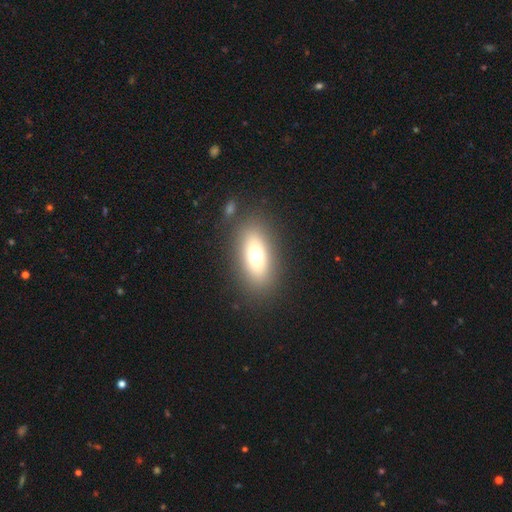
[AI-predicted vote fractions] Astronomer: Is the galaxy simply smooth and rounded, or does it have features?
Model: smooth — 69%.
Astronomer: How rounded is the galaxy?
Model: in between — 80%.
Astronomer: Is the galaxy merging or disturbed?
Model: none — 84%.